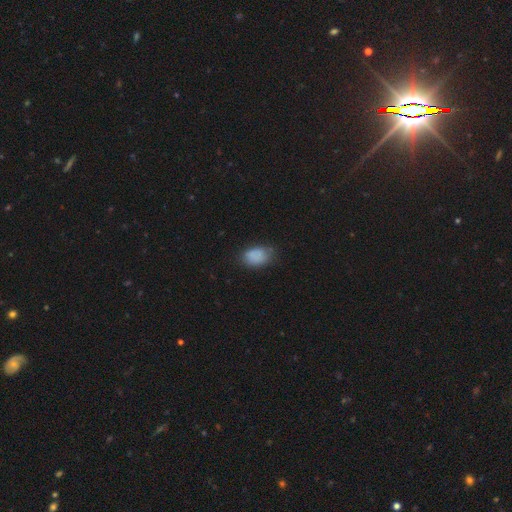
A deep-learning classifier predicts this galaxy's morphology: Smooth or featured? smooth (84%)
How rounded? in between (84%)
Merging? none (69%)